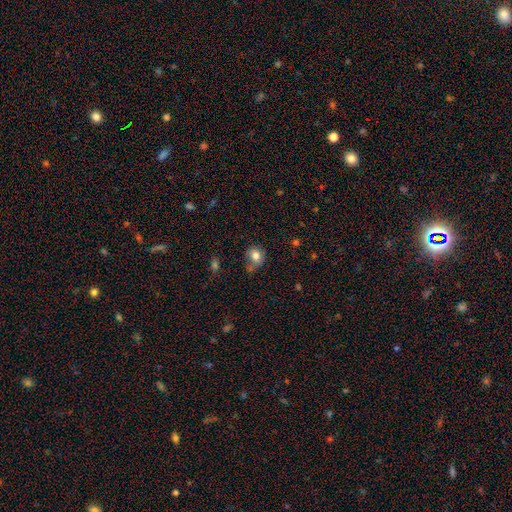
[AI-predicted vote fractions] Smooth or featured? Predicted: smooth (p=0.80). How rounded? Predicted: round (p=0.69). Merging? Predicted: none (p=0.56).